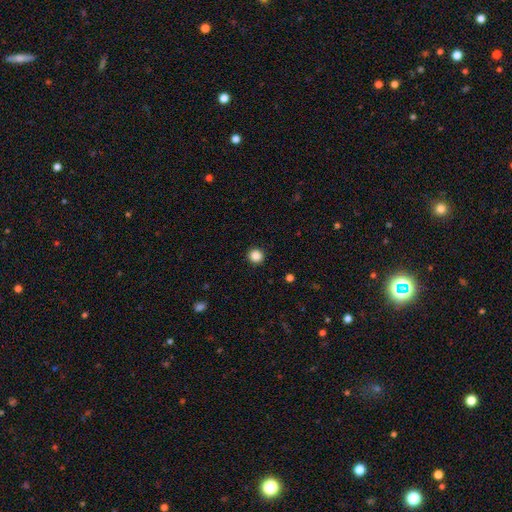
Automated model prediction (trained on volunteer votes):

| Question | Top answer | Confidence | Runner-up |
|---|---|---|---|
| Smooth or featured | smooth | 87% | star or artifact (10%) |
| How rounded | round | 95% | in between (4%) |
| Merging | none | 93% | minor disturbance (4%) |